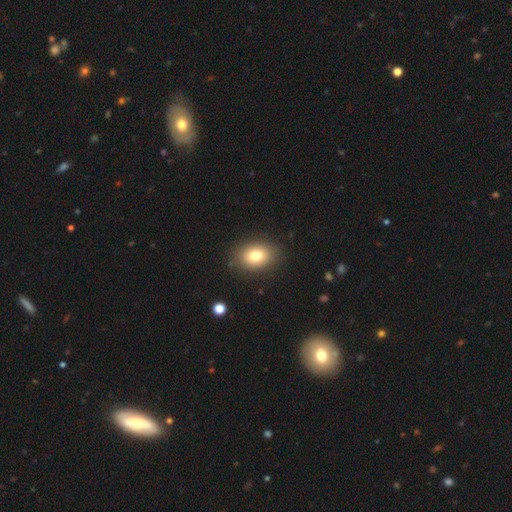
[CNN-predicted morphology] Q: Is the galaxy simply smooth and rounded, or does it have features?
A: smooth — 79%.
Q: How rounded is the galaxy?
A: in between — 73%.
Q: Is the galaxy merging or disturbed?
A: none — 86%.